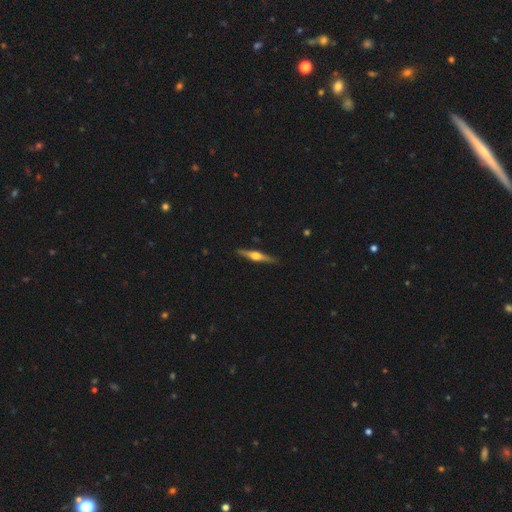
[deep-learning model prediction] Overall: featured or disk (73%). Edge-on disk: yes (98%). Edge-on bulge: rounded (92%). Merging: none (91%).